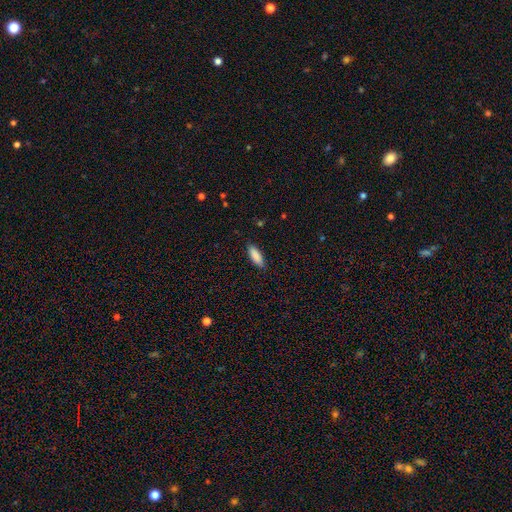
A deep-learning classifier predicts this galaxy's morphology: Smooth or featured? Predicted: smooth (p=0.88). How rounded? Predicted: in between (p=0.57). Merging? Predicted: none (p=0.88).